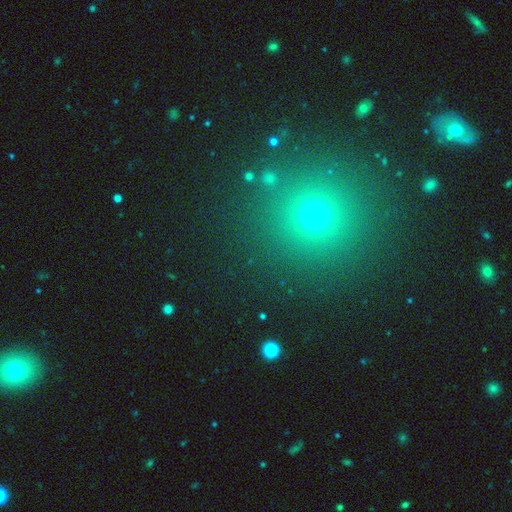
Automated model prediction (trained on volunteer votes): Smooth or featured: smooth — 54% (star or artifact — 39%)
How rounded: round — 94% (in between — 5%)
Merging: none — 90% (minor disturbance — 5%)